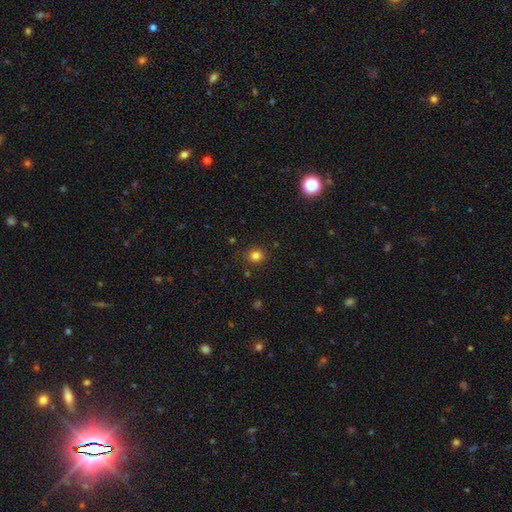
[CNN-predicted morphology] Overall: smooth (82%). How rounded: round (85%). Merging: none (88%).